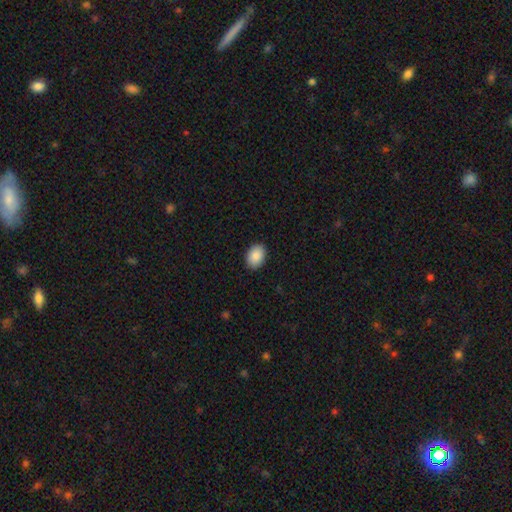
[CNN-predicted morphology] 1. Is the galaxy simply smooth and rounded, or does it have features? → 89% smooth, 7% star or artifact, 4% featured or disk.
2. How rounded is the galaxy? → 78% in between, 21% round, 1% cigar-shaped.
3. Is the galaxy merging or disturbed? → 89% none, 8% minor disturbance, 2% major disturbance, 1% merger.